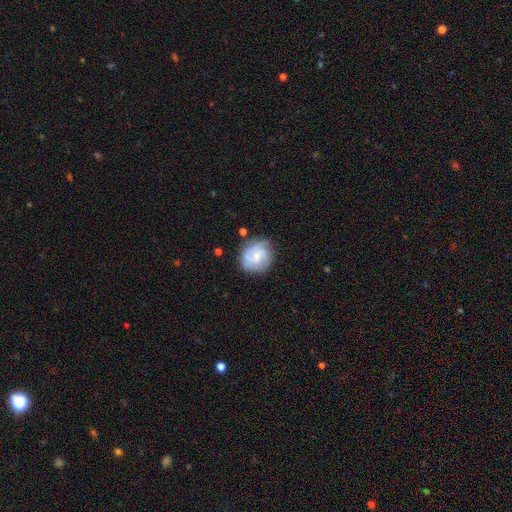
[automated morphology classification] type=featured or disk (62%); edge-on=no (98%); bar=no (54%); spiral arms=yes (88%); winding=tight (44%); arm count=2 (33%); bulge=small (53%); merging=none (71%).